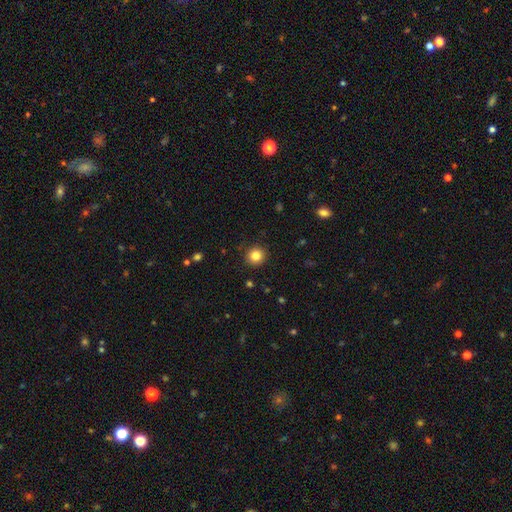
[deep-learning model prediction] smooth_or_featured: smooth (p=0.84) [alt: star or artifact p=0.11]
how_rounded: round (p=0.93) [alt: in between p=0.06]
merging: none (p=0.91) [alt: minor disturbance p=0.06]